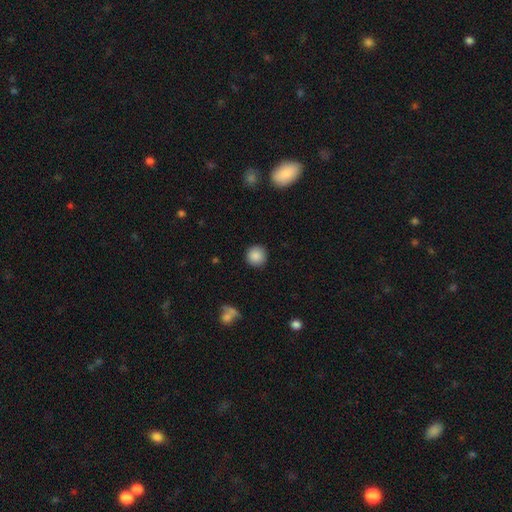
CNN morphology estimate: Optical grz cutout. It shows a smooth galaxy with no disk features (88%) that is round (94%). Merging: none (91%).